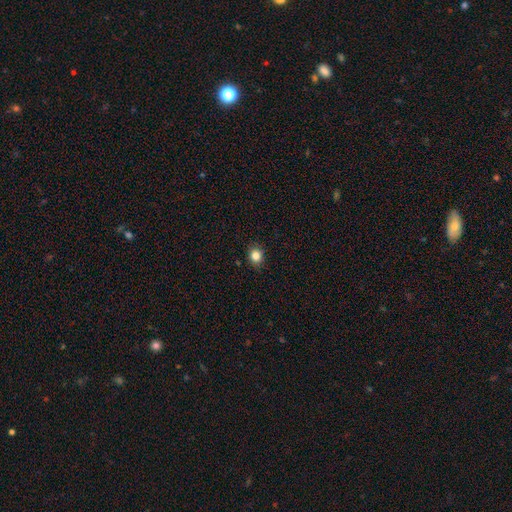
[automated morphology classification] Smooth or featured: smooth — 83% (star or artifact — 11%)
How rounded: round — 71% (in between — 28%)
Merging: none — 88% (minor disturbance — 9%)